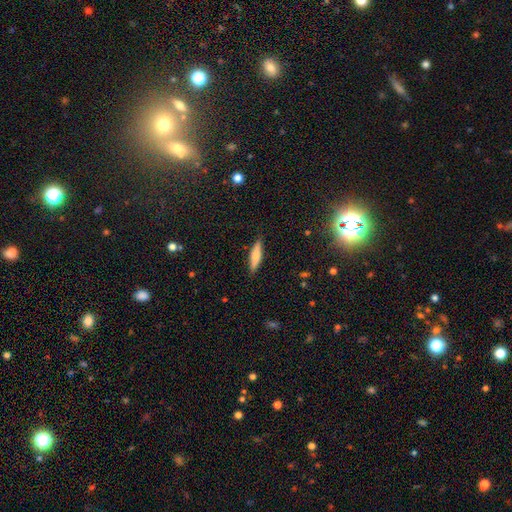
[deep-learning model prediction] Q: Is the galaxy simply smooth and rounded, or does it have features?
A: smooth — 66%.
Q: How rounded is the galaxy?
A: cigar-shaped — 75%.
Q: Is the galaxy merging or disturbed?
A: none — 86%.